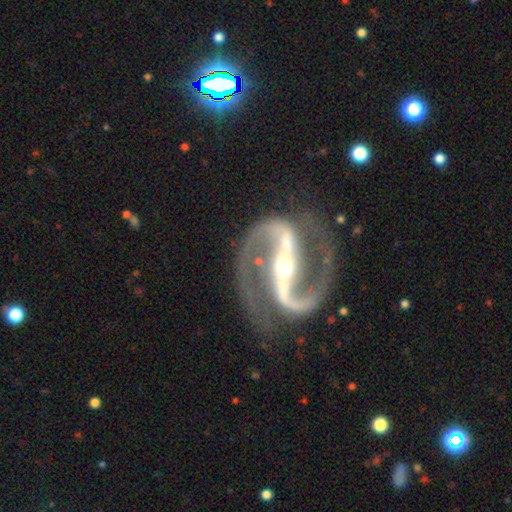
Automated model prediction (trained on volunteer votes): Q: Smooth or featured?
A: featured or disk (94%); runner-up: star or artifact (4%)
Q: Edge-on disk?
A: no (97%); runner-up: yes (3%)
Q: Bar?
A: strong (78%); runner-up: weak (15%)
Q: Spiral arms?
A: yes (99%); runner-up: no (1%)
Q: Spiral winding?
A: medium (61%); runner-up: loose (20%)
Q: Spiral arm count?
A: 2 (95%); runner-up: can't tell (1%)
Q: Bulge size?
A: small (64%); runner-up: moderate (31%)
Q: Merging?
A: none (83%); runner-up: minor disturbance (11%)